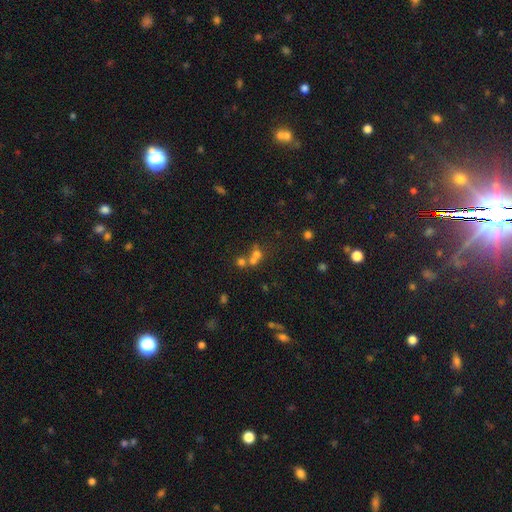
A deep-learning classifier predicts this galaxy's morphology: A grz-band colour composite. It shows a smooth galaxy with no disk features (53%) that is round (77%). Merging: merger (52%).